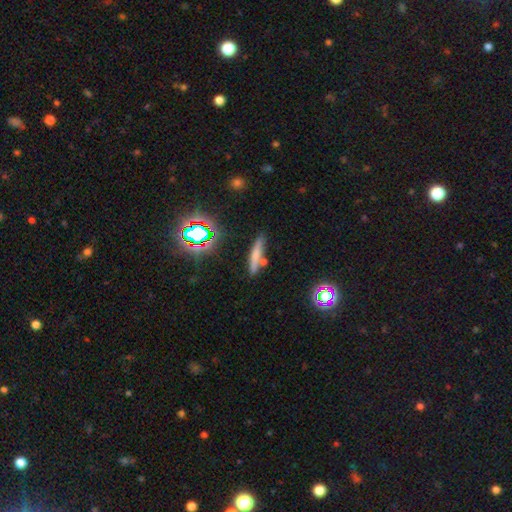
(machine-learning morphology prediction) A smooth galaxy with no disk features (60%) that is cigar-shaped (84%). Merging: none (73%).